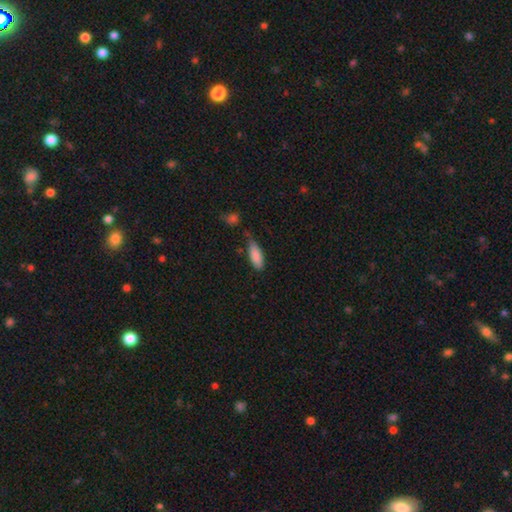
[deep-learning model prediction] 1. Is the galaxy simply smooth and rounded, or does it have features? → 86% smooth, 7% featured or disk, 7% star or artifact.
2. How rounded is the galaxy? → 74% in between, 24% cigar-shaped, 2% round.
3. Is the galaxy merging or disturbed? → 53% none, 32% minor disturbance, 7% major disturbance, 7% merger.